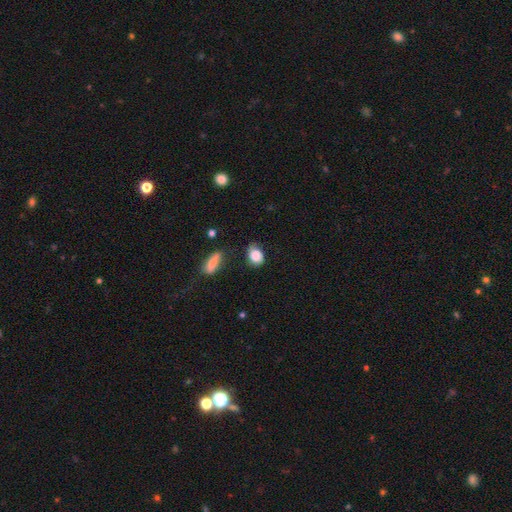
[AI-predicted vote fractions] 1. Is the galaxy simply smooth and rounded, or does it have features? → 82% smooth, 10% featured or disk, 8% star or artifact.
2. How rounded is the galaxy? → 63% in between, 35% round, 2% cigar-shaped.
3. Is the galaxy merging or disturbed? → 51% none, 36% minor disturbance, 9% major disturbance, 4% merger.